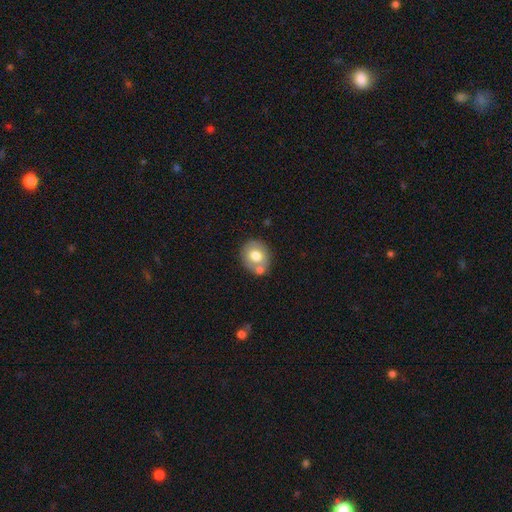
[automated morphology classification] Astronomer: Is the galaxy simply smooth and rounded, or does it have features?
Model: smooth — 69%.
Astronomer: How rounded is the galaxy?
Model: round — 65%.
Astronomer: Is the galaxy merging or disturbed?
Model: none — 60%.